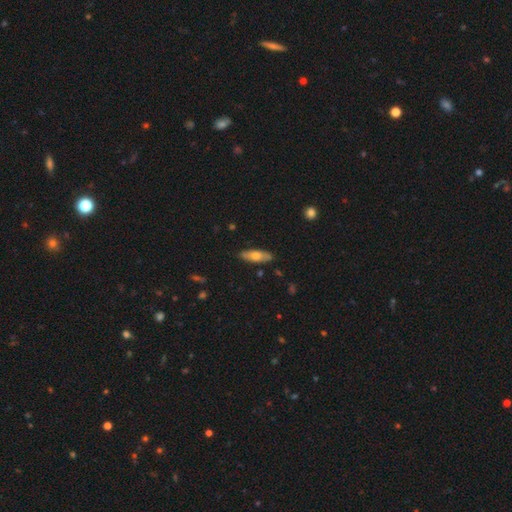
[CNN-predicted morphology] This appears to be a smooth galaxy with no disk features (60%) that is in between round and cigar-shaped (59%). Merging: none (87%).